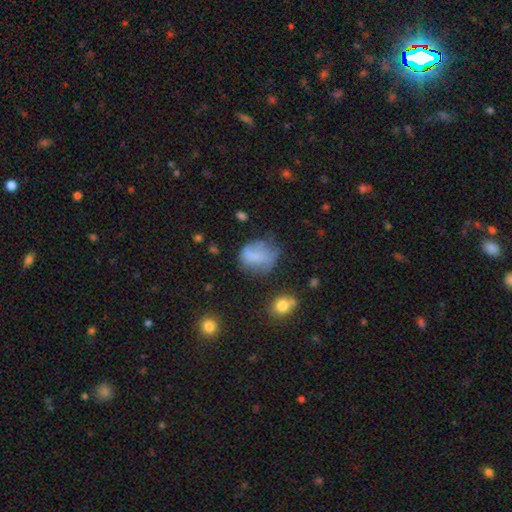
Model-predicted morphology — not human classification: Smooth or featured? smooth (62%)
How rounded? round (49%, tied with in between)
Merging? none (40%)